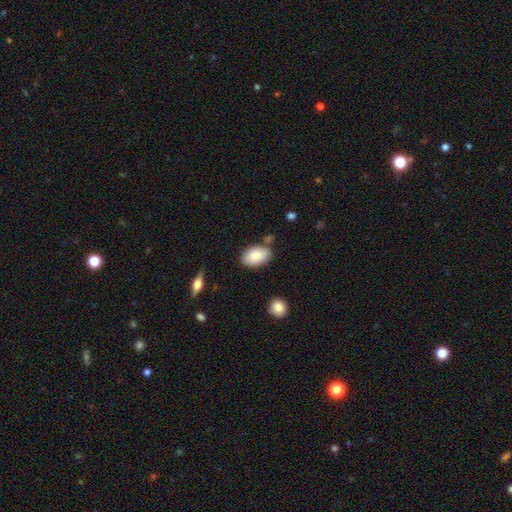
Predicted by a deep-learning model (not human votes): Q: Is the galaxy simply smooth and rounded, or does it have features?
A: smooth — 85%.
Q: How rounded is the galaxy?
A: in between — 92%.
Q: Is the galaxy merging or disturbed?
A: none — 76%.